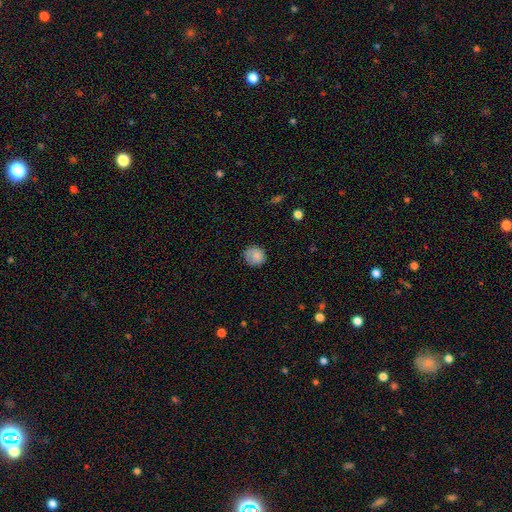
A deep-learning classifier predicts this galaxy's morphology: Smooth or featured? Predicted: smooth (p=0.84). How rounded? Predicted: round (p=0.83). Merging? Predicted: none (p=0.73).